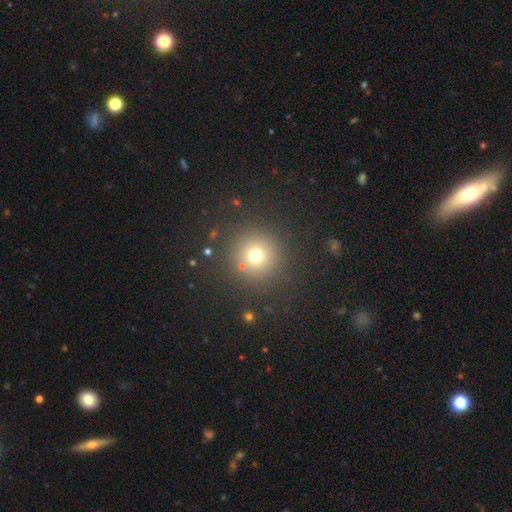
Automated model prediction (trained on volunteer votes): Smooth or featured: smooth — 71% (star or artifact — 19%)
How rounded: round — 95% (in between — 4%)
Merging: none — 86% (minor disturbance — 7%)